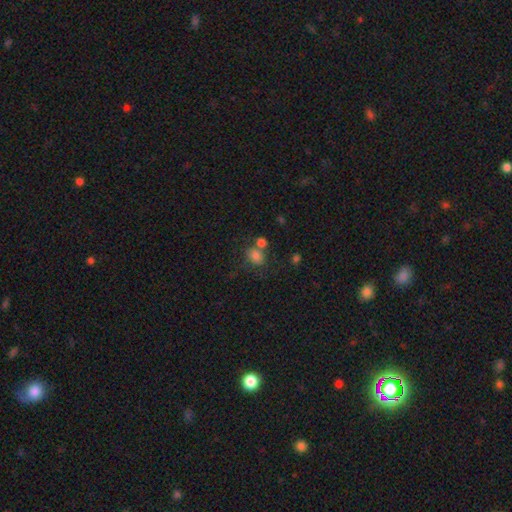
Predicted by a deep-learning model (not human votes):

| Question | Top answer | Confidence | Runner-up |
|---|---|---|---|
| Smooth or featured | smooth | 79% | star or artifact (12%) |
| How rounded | round | 52% | in between (47%) |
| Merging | none | 51% | merger (29%) |